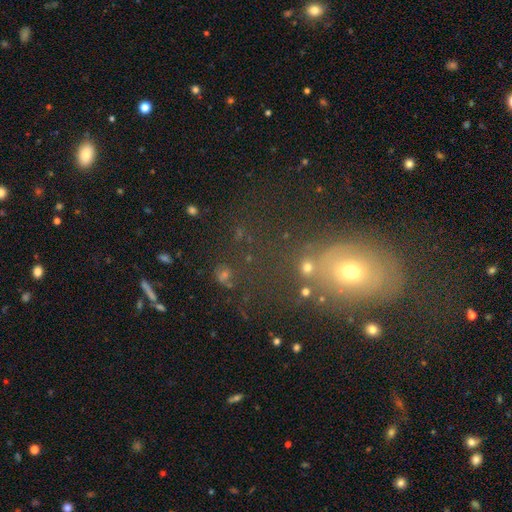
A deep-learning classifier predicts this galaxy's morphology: Smooth or featured: smooth — 51% (star or artifact — 30%)
How rounded: in between — 55% (round — 43%)
Merging: none — 57% (major disturbance — 17%)